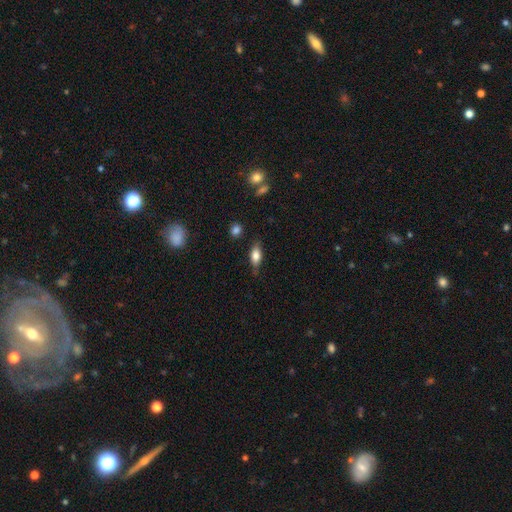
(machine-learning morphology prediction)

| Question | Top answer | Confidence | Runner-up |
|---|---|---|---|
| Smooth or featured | smooth | 75% | featured or disk (18%) |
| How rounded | in between | 80% | cigar-shaped (15%) |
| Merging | none | 72% | minor disturbance (21%) |